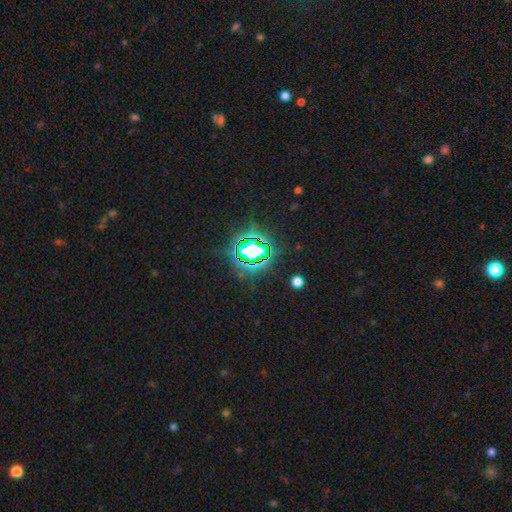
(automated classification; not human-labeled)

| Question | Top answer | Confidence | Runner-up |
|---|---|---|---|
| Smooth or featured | star or artifact | 82% | smooth (12%) |